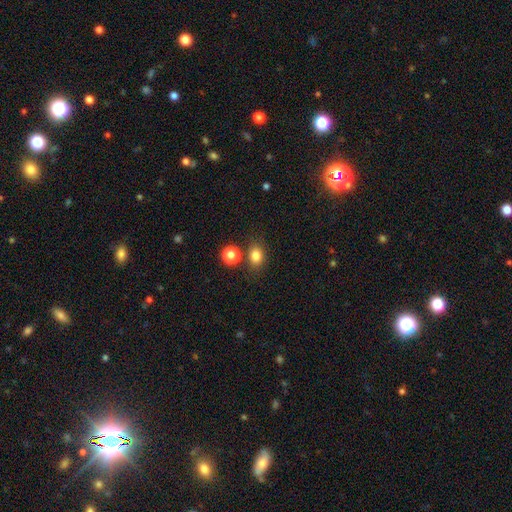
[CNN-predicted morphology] smooth 81%, star or artifact 13%, featured or disk 6%. Down the decision tree: how rounded — round (52%); merging — none (74%).